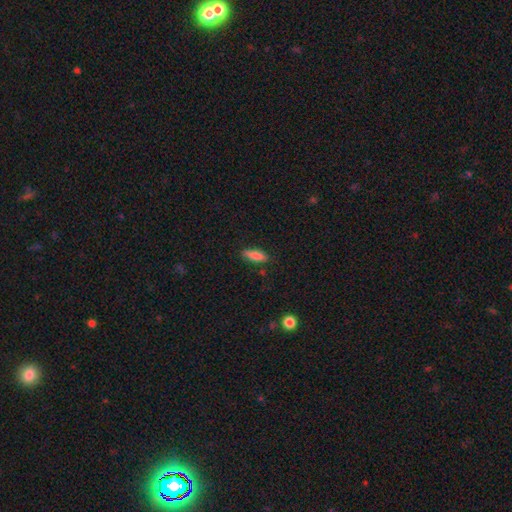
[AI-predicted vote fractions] Smooth or featured: smooth — 80% (featured or disk — 13%)
How rounded: in between — 54% (cigar-shaped — 44%)
Merging: none — 83% (minor disturbance — 13%)